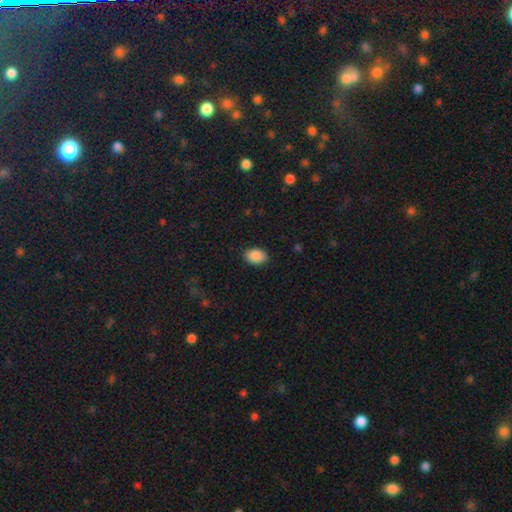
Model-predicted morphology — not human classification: smooth 90%, star or artifact 7%, featured or disk 3%. Down the decision tree: how rounded — in between (80%); merging — none (88%).